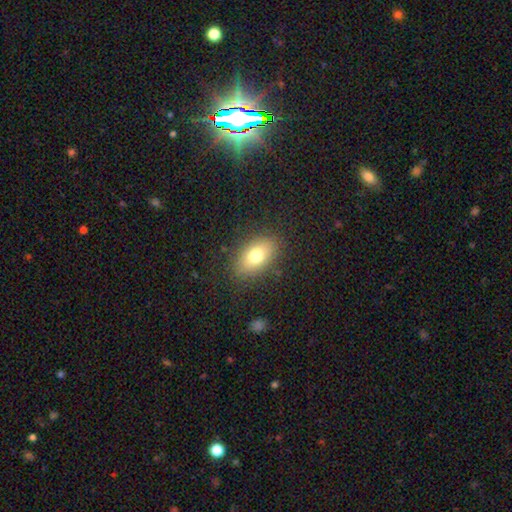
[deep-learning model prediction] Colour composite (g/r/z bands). It shows a smooth galaxy with no disk features (75%) that is in between round and cigar-shaped (86%). Merging: none (85%).